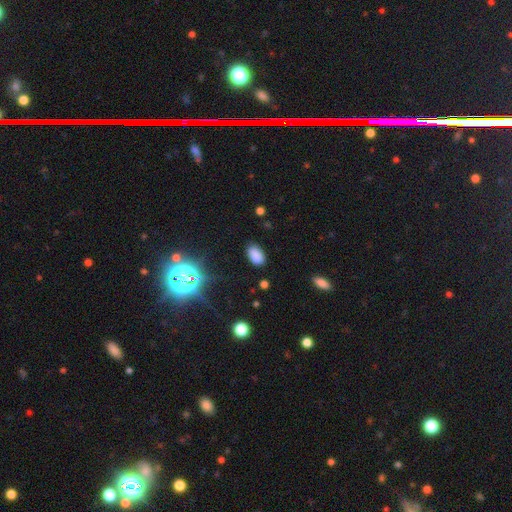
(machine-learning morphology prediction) A smooth galaxy with no disk features (81%) that is in between round and cigar-shaped (93%). Merging: none (83%).